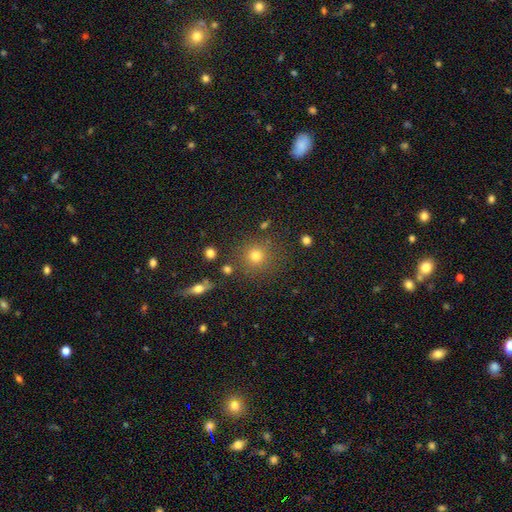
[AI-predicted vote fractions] A smooth galaxy with no disk features (73%) that is round (92%). Merging: none (82%).